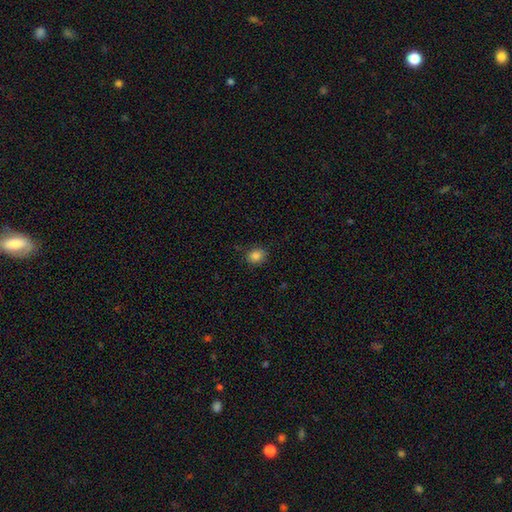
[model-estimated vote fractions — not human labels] Smooth or featured: smooth — 83% (star or artifact — 12%)
How rounded: round — 61% (in between — 38%)
Merging: none — 84% (minor disturbance — 12%)